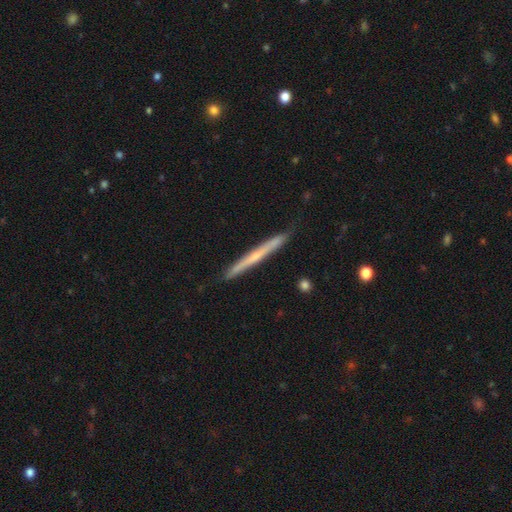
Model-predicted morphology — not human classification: Smooth or featured? Predicted: featured or disk (p=0.60). Edge-on disk? Predicted: yes (p=0.97). Edge-on bulge? Predicted: none (p=0.53). Merging? Predicted: none (p=0.86).